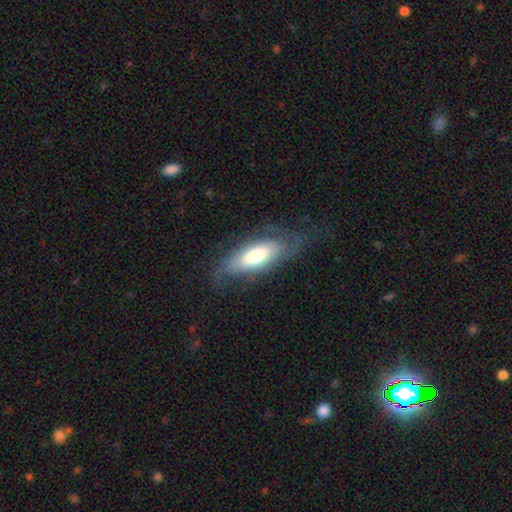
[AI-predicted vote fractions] Overall: featured or disk (50%; smooth 44%). Merging: none (61%; minor disturbance 22%).